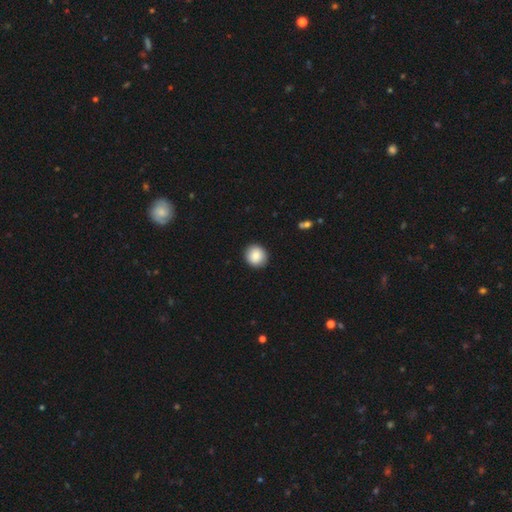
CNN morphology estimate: Smooth or featured: smooth — 86% (star or artifact — 8%)
How rounded: round — 89% (in between — 10%)
Merging: none — 91% (minor disturbance — 6%)